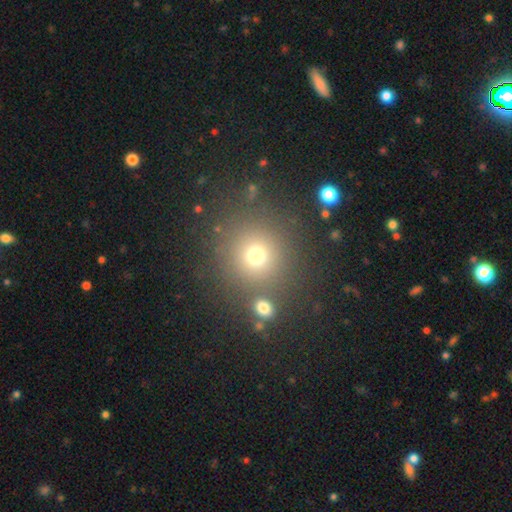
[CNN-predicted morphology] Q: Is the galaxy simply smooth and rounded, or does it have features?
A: smooth — 71%.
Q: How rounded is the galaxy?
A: round — 91%.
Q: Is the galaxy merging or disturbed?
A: none — 77%.